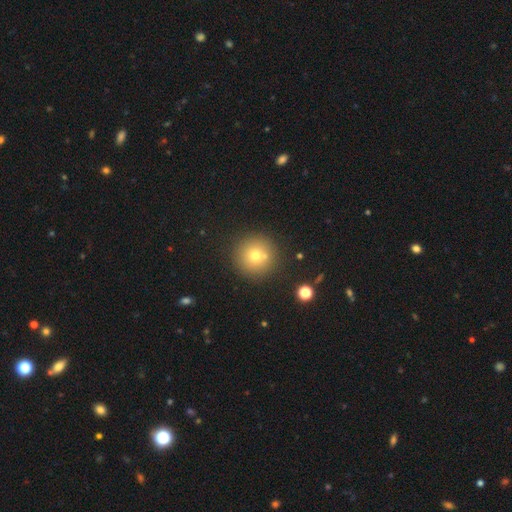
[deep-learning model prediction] A smooth galaxy with no disk features (72%) that is round (96%).

Vote fractions:
- Smooth or featured? smooth: 72% / star or artifact: 15% / featured or disk: 13%
- How rounded? round: 96% / in between: 4% / cigar-shaped: 1%
- Merging? none: 79% / merger: 11% / minor disturbance: 7% / major disturbance: 3%